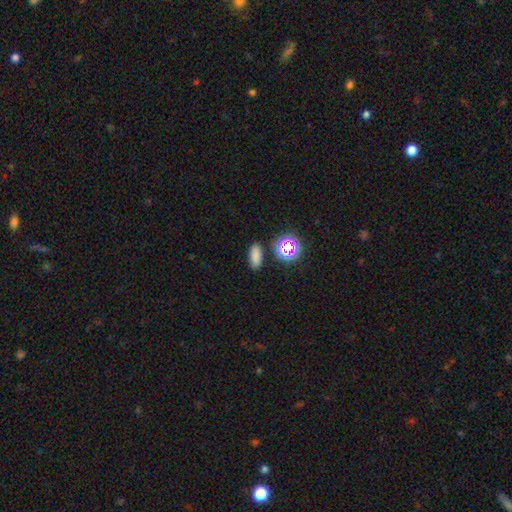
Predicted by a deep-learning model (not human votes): Smooth or featured?
  - smooth: 77% *
  - star or artifact: 18%
  - featured or disk: 5%
How rounded?
  - in between: 80% *
  - cigar-shaped: 11%
  - round: 9%
Merging?
  - none: 85% *
  - minor disturbance: 8%
  - merger: 4%
  - major disturbance: 3%